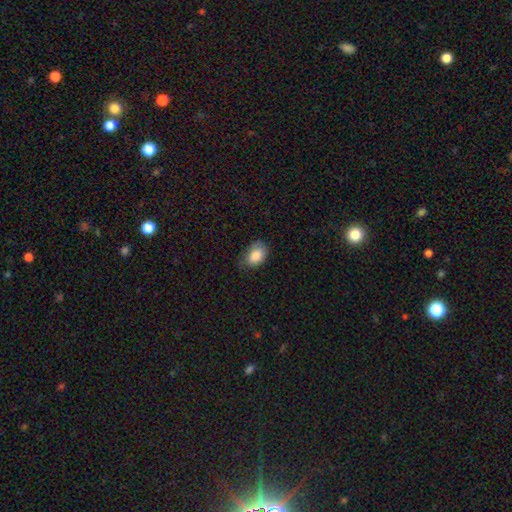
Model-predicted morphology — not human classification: Smooth or featured?
  - smooth: 84% *
  - featured or disk: 8%
  - star or artifact: 8%
How rounded?
  - in between: 83% *
  - round: 15%
  - cigar-shaped: 1%
Merging?
  - none: 62% *
  - minor disturbance: 30%
  - major disturbance: 7%
  - merger: 1%